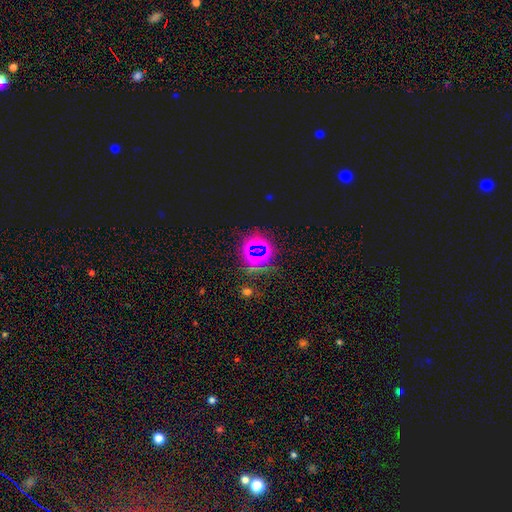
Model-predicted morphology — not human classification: star or artifact 74%, smooth 17%, featured or disk 9%.